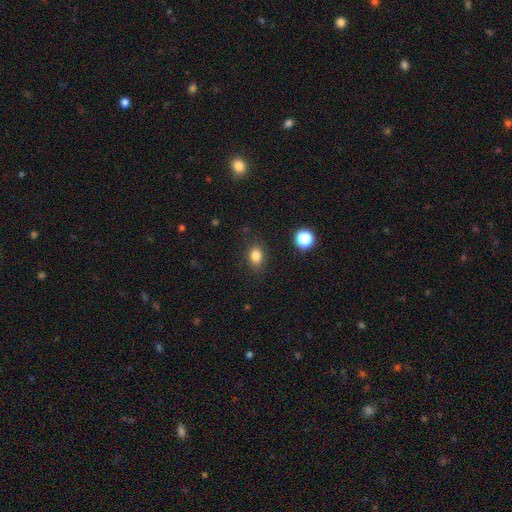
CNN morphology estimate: smooth-or-featured: smooth: 82% | star or artifact: 12% | featured or disk: 6%
  how-rounded: in between: 62% | round: 36% | cigar-shaped: 1%
  merging: none: 84% | minor disturbance: 11% | major disturbance: 3% | merger: 1%